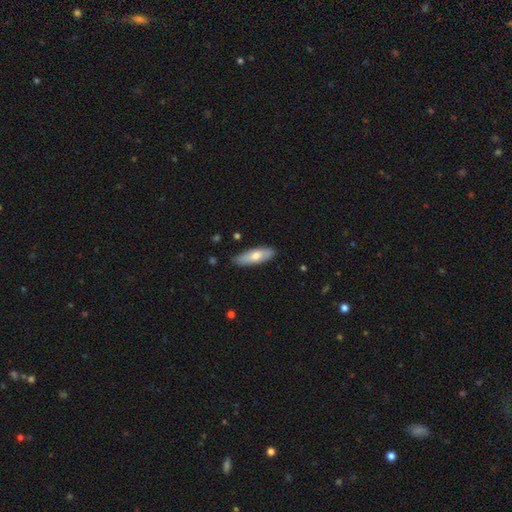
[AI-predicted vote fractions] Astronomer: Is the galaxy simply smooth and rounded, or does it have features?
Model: smooth — 69%.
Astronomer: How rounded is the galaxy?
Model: in between — 60% (runner-up: cigar-shaped, 38%).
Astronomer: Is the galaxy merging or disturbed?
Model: none — 84%.